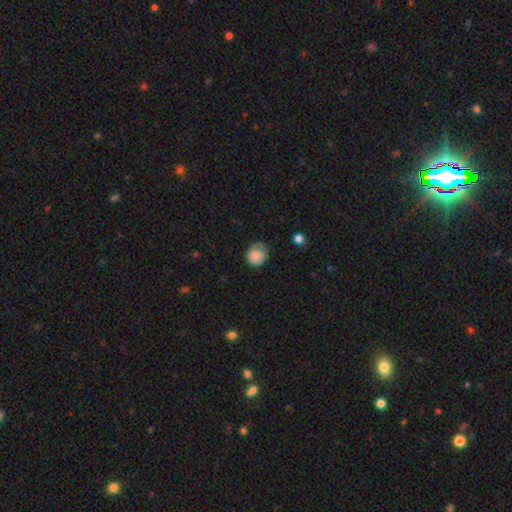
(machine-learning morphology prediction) Overall: smooth (83%). How rounded: round (77%). Merging: none (54%; minor disturbance 34%).